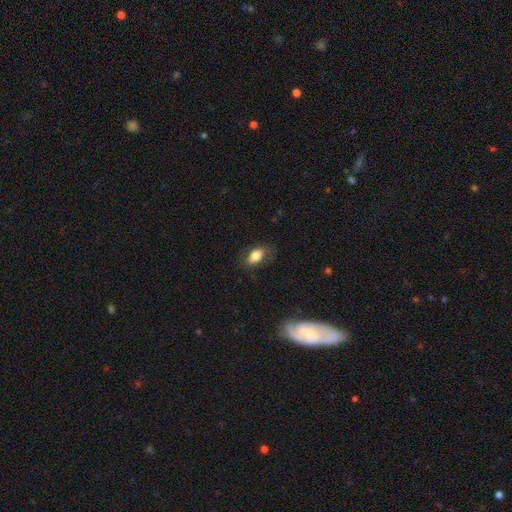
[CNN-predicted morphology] Q: Smooth or featured?
A: smooth (79%); runner-up: featured or disk (14%)
Q: How rounded?
A: in between (89%); runner-up: round (8%)
Q: Merging?
A: none (72%); runner-up: minor disturbance (20%)